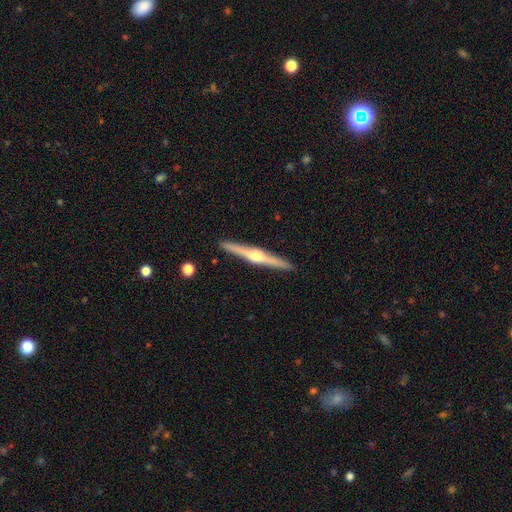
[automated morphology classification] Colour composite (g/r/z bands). It shows a featured or disk galaxy (78%) viewed edge-on (98%) with a rounded central bulge (92%). Merging: none (92%).